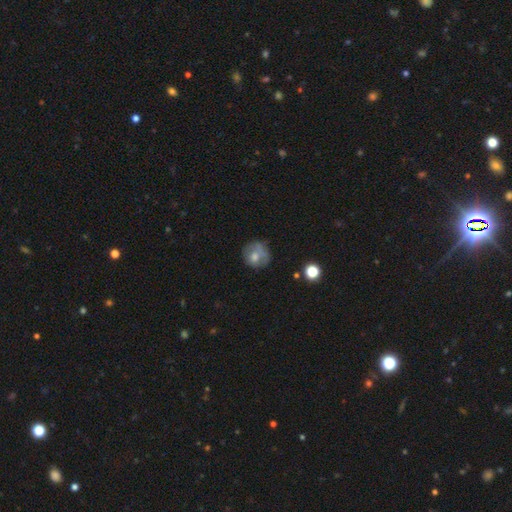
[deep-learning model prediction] smooth_or_featured: smooth (p=0.66) [alt: featured or disk p=0.24]
how_rounded: round (p=0.82) [alt: in between p=0.17]
merging: none (p=0.57) [alt: minor disturbance p=0.26]